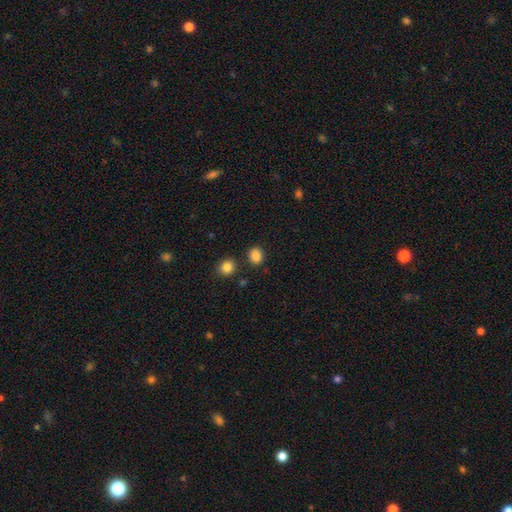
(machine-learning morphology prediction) smooth-or-featured: smooth: 86% | star or artifact: 10% | featured or disk: 3%
  how-rounded: round: 67% | in between: 32% | cigar-shaped: 1%
  merging: none: 84% | minor disturbance: 8% | merger: 5% | major disturbance: 3%